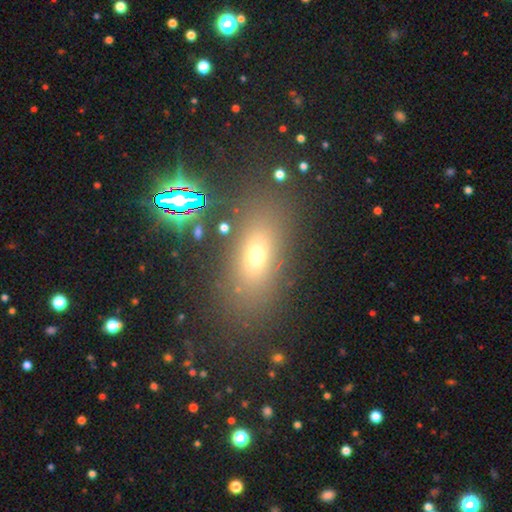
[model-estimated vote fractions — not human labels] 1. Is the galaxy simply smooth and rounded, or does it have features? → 56% smooth, 27% star or artifact, 17% featured or disk.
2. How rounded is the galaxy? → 70% in between, 15% round, 14% cigar-shaped.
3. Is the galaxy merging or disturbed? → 82% none, 9% minor disturbance, 5% major disturbance, 4% merger.